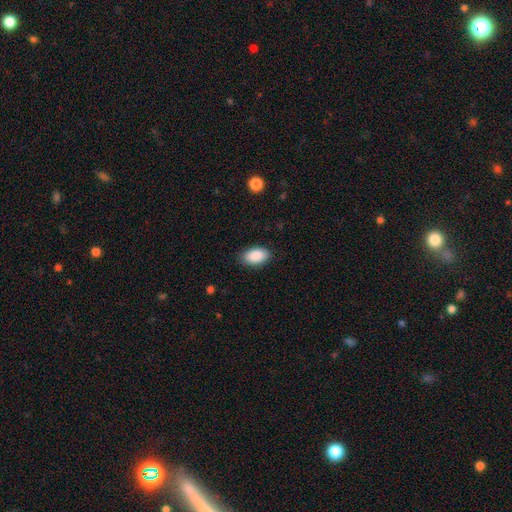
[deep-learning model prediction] Smooth or featured?
  - smooth: 89% *
  - star or artifact: 6%
  - featured or disk: 4%
How rounded?
  - in between: 94% *
  - round: 4%
  - cigar-shaped: 2%
Merging?
  - none: 87% *
  - minor disturbance: 10%
  - major disturbance: 2%
  - merger: 1%